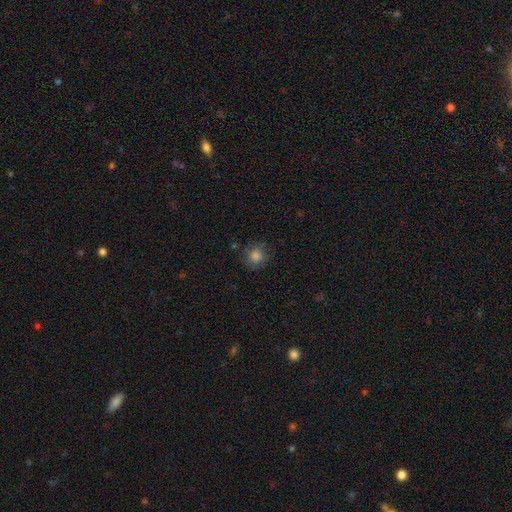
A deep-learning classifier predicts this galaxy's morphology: Smooth or featured: smooth — 80% (star or artifact — 12%)
How rounded: round — 91% (in between — 8%)
Merging: none — 81% (minor disturbance — 13%)